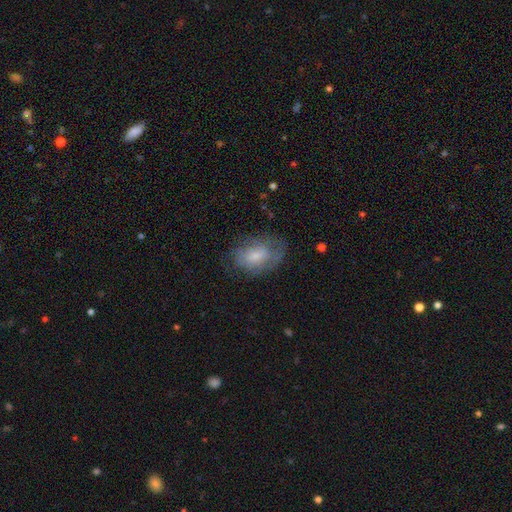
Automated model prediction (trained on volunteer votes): smooth 58%, featured or disk 34%, star or artifact 8%. Down the decision tree: how rounded — in between (80%); merging — none (56%).